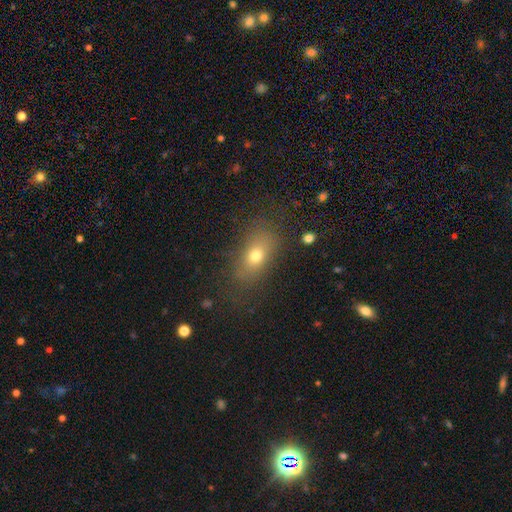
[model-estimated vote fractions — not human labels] smooth 70%, featured or disk 17%, star or artifact 13%. Down the decision tree: how rounded — in between (77%); merging — none (75%).